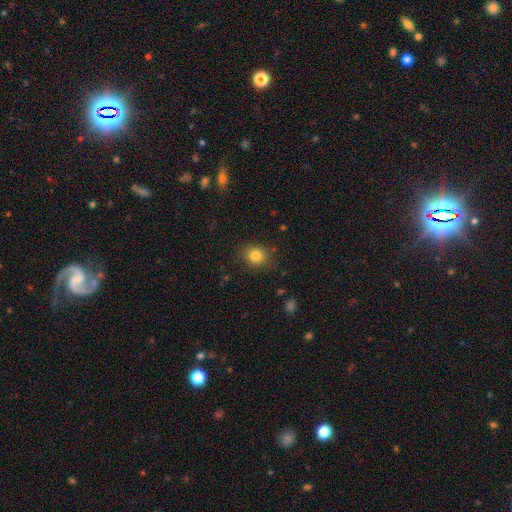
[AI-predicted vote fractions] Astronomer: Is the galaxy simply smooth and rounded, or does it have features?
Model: smooth — 82%.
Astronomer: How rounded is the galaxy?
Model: round — 80%.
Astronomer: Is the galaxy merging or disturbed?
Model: none — 85%.